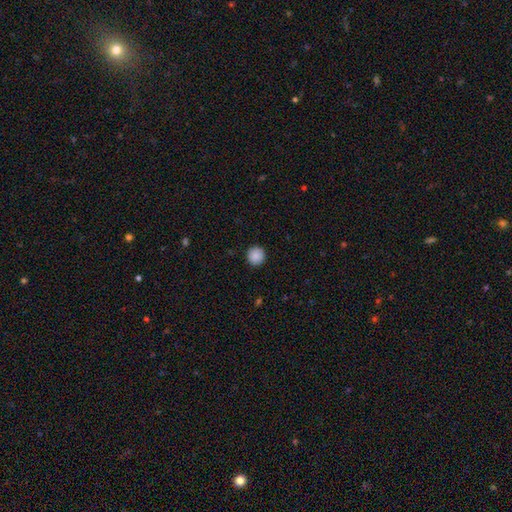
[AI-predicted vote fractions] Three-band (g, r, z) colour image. It shows a smooth galaxy with no disk features (89%) that is round (96%). Merging: none (92%).